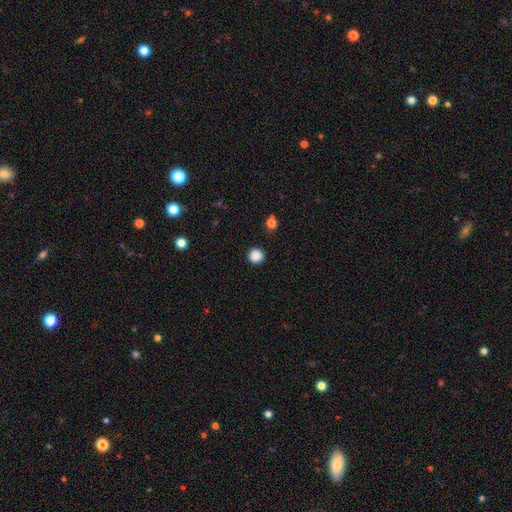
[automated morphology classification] Q: Smooth or featured?
A: smooth (87%); runner-up: star or artifact (10%)
Q: How rounded?
A: round (95%); runner-up: in between (4%)
Q: Merging?
A: none (92%); runner-up: minor disturbance (5%)